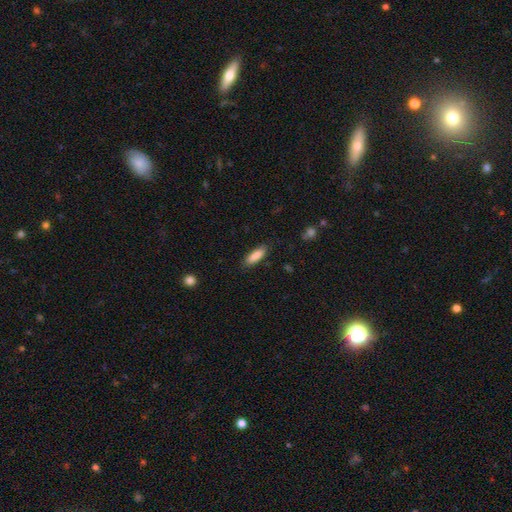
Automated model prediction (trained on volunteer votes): Smooth or featured? smooth (87%)
How rounded? in between (53%)
Merging? none (85%)